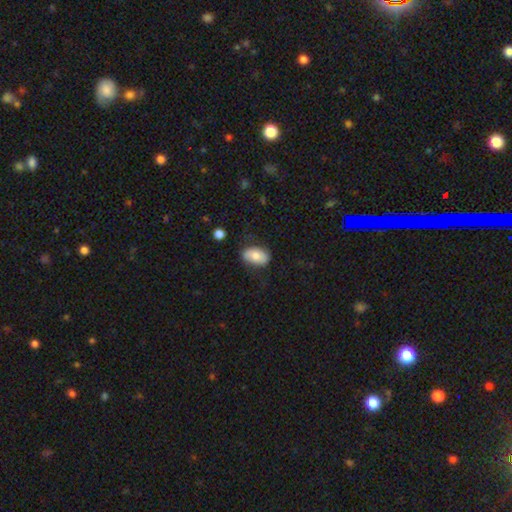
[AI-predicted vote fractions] smooth 74%, featured or disk 19%, star or artifact 7%. Down the decision tree: how rounded — in between (90%); merging — none (71%).